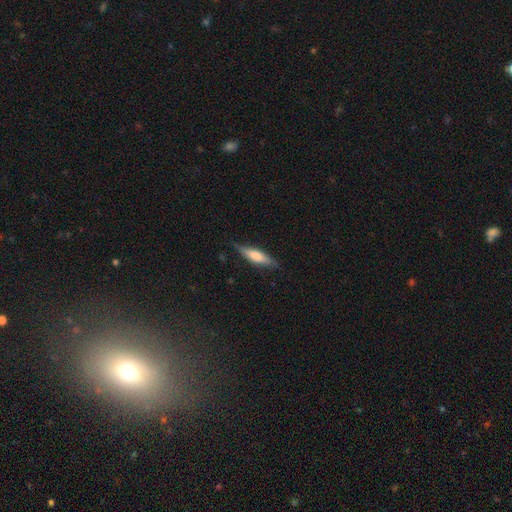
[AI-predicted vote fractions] This appears to be a smooth galaxy with no disk features (54%) that is cigar-shaped (71%). Merging: none (80%).